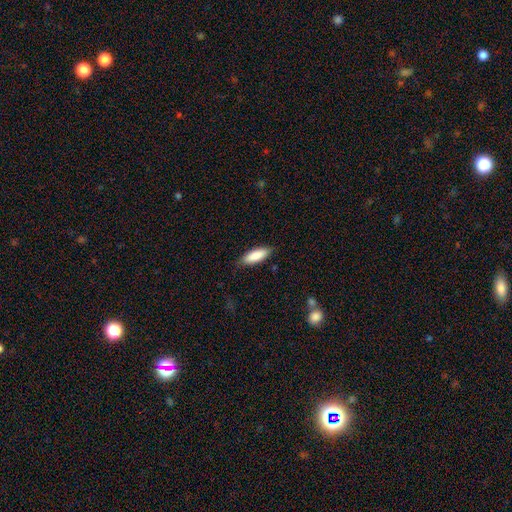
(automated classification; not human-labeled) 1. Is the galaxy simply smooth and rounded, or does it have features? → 87% smooth, 8% featured or disk, 6% star or artifact.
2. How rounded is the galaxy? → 65% in between, 33% cigar-shaped, 2% round.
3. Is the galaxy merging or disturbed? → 83% none, 13% minor disturbance, 3% major disturbance, 1% merger.